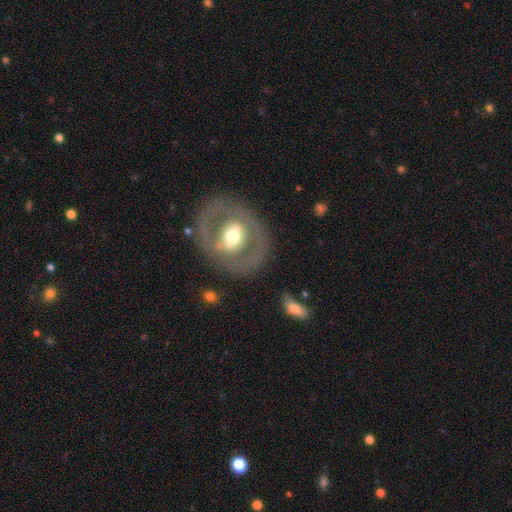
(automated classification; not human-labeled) Q: Smooth or featured?
A: featured or disk (71%); runner-up: smooth (23%)
Q: Edge-on disk?
A: no (94%); runner-up: yes (6%)
Q: Bar?
A: no (42%); runner-up: weak (35%)
Q: Spiral arms?
A: no (58%); runner-up: yes (42%)
Q: Bulge size?
A: moderate (67%); runner-up: large (19%)
Q: Merging?
A: none (79%); runner-up: minor disturbance (12%)